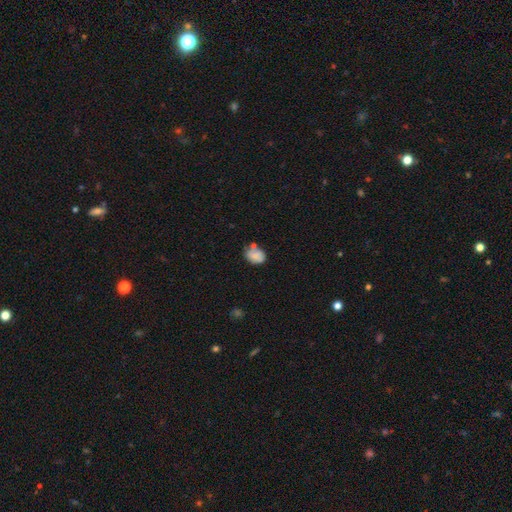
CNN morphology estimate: Q: Smooth or featured?
A: smooth (76%); runner-up: featured or disk (15%)
Q: How rounded?
A: in between (65%); runner-up: round (34%)
Q: Merging?
A: none (50%); runner-up: minor disturbance (25%)